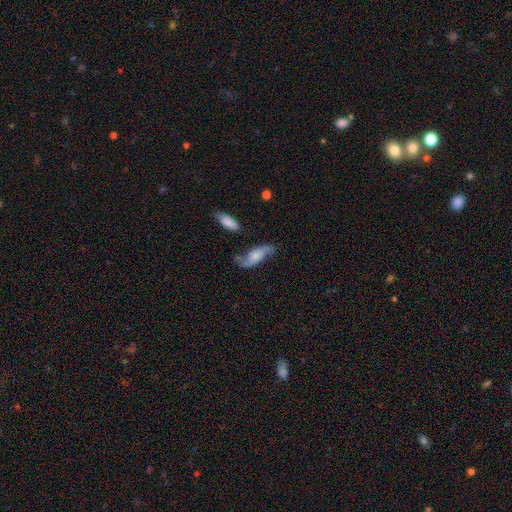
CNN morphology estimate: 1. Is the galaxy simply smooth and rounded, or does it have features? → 59% featured or disk, 34% smooth, 7% star or artifact.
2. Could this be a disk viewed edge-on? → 86% no, 14% yes.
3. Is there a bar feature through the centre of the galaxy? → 65% no, 28% weak, 7% strong.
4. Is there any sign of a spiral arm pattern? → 91% yes, 9% no.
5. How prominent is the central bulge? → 32% moderate, 31% small, 21% none, 12% large, 3% dominant.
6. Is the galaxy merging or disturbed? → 59% none, 24% minor disturbance, 11% major disturbance, 7% merger.